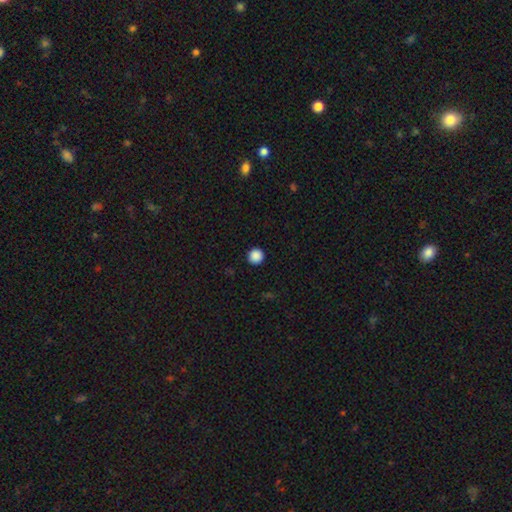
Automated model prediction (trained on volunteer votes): smooth 89%, star or artifact 9%, featured or disk 2%. Down the decision tree: how rounded — round (96%); merging — none (94%).